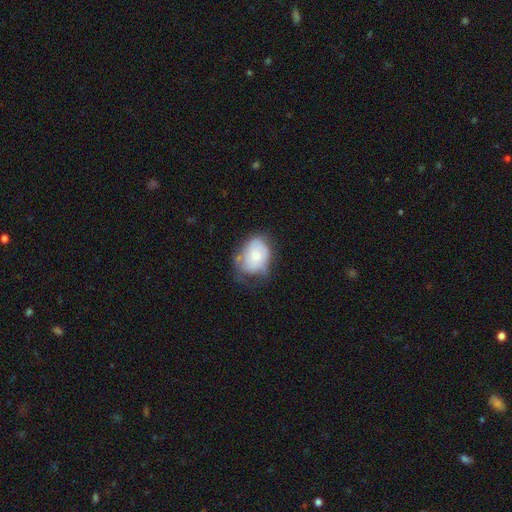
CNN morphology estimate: smooth_or_featured: smooth (p=0.52) [alt: featured or disk p=0.40]
how_rounded: in between (p=0.64) [alt: round p=0.35]
merging: none (p=0.39) [alt: minor disturbance p=0.36]